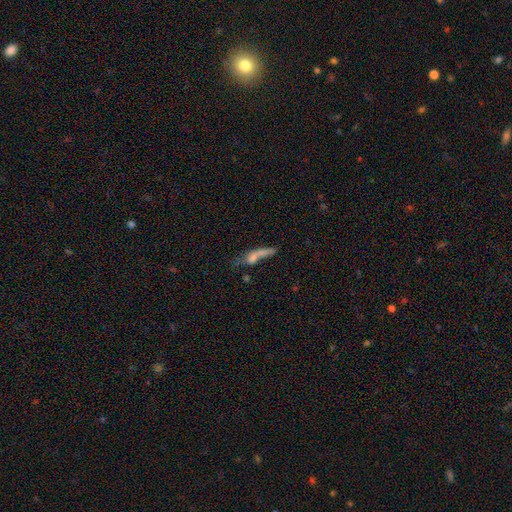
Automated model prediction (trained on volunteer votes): The model was most divided on "merging": none: 30%, major disturbance: 28%, merger: 24%, minor disturbance: 19%. More confident: how rounded — cigar-shaped (69%); smooth or featured — smooth (54%).